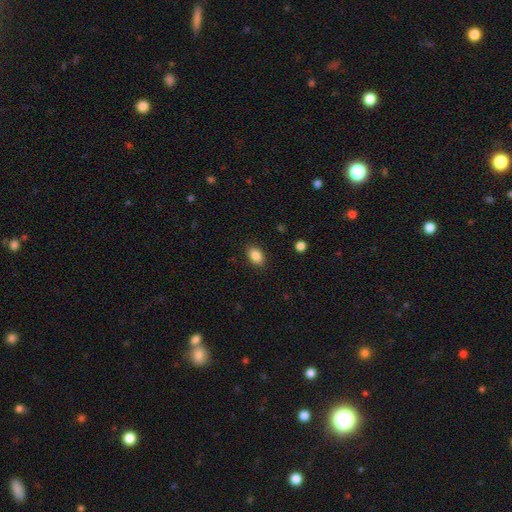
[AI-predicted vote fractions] Overall: smooth (87%). How rounded: in between (86%). Merging: none (88%).